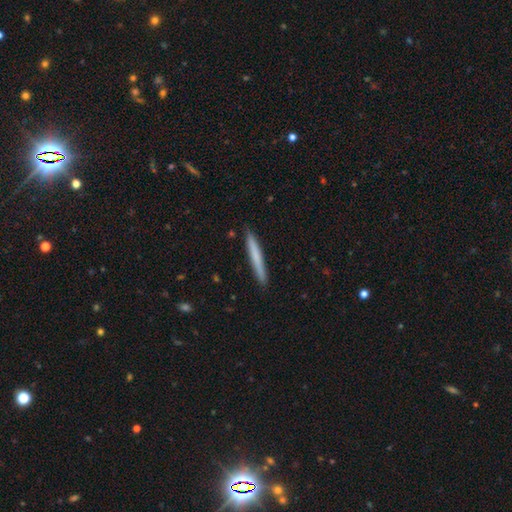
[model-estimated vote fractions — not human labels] This appears to be a smooth galaxy with no disk features (68%) that is cigar-shaped (97%). Merging: none (91%).